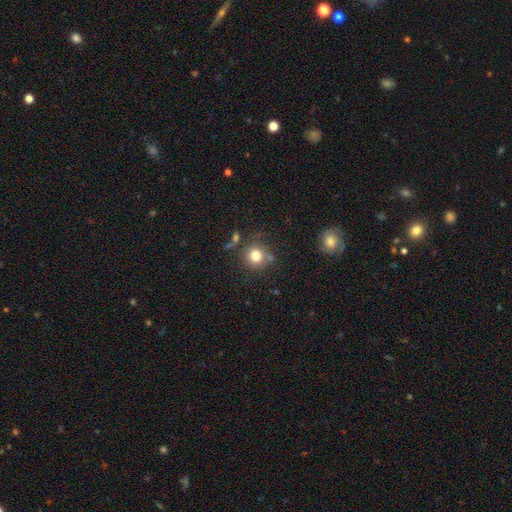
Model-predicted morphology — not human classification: smooth 79%, star or artifact 12%, featured or disk 9%. Down the decision tree: how rounded — round (91%); merging — none (76%).